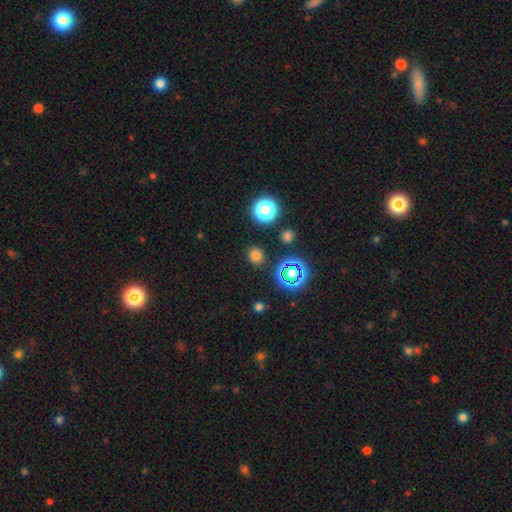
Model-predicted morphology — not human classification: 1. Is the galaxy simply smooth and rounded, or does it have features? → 68% smooth, 27% star or artifact, 5% featured or disk.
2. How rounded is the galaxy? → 81% round, 18% in between, 1% cigar-shaped.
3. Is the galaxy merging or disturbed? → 86% none, 8% minor disturbance, 3% major disturbance, 3% merger.